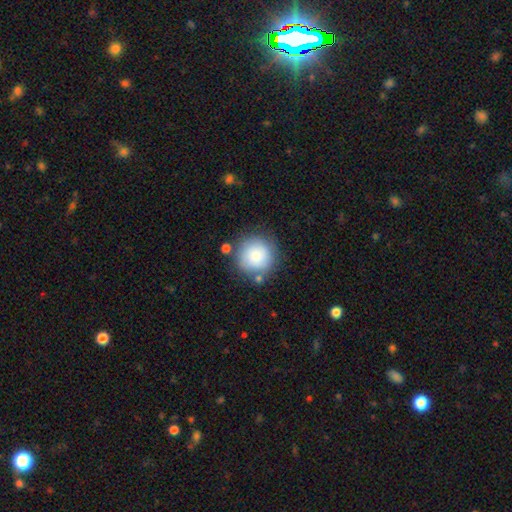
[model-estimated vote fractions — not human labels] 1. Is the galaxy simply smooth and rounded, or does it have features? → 81% smooth, 12% featured or disk, 8% star or artifact.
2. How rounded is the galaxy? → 95% round, 4% in between, 1% cigar-shaped.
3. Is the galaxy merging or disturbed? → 77% none, 13% minor disturbance, 6% merger, 4% major disturbance.